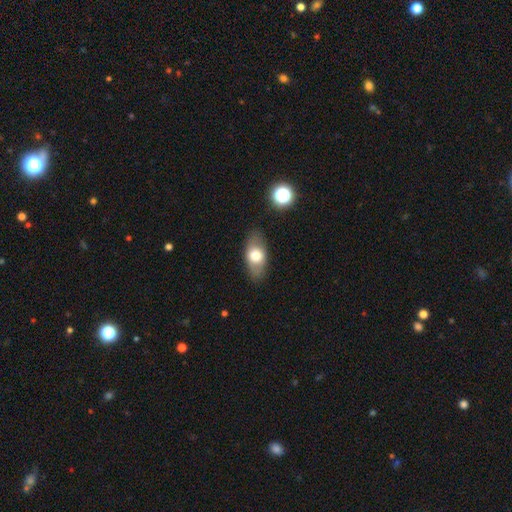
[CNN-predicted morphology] Smooth or featured: smooth — 66% (featured or disk — 27%)
How rounded: in between — 85% (round — 9%)
Merging: none — 82% (minor disturbance — 12%)